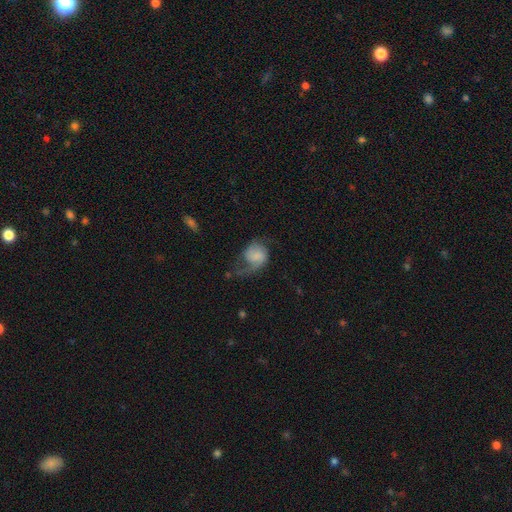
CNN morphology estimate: Smooth or featured?
  - featured or disk: 54% *
  - smooth: 38%
  - star or artifact: 8%
Edge-on disk?
  - no: 97% *
  - yes: 3%
Bar?
  - no: 63% *
  - weak: 31%
  - strong: 6%
Spiral arms?
  - yes: 89% *
  - no: 11%
Bulge size?
  - none: 37% *
  - small: 26%
  - moderate: 17%
  - large: 13%
  - dominant: 7%
Merging?
  - none: 38% *
  - major disturbance: 34%
  - minor disturbance: 25%
  - merger: 3%